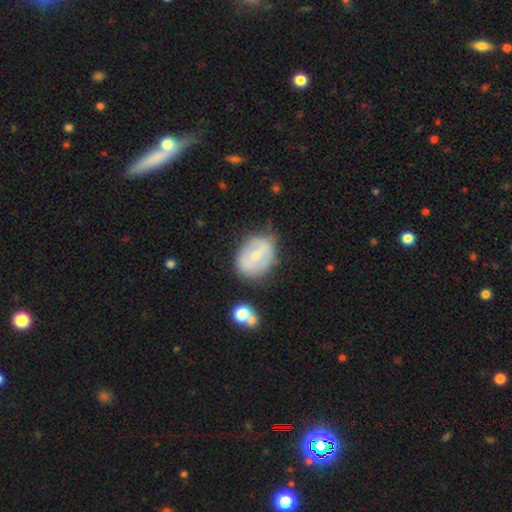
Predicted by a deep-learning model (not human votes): Q: Smooth or featured?
A: featured or disk (50%); runner-up: smooth (43%)
Q: Edge-on disk?
A: no (94%); runner-up: yes (6%)
Q: Merging?
A: none (62%); runner-up: minor disturbance (26%)